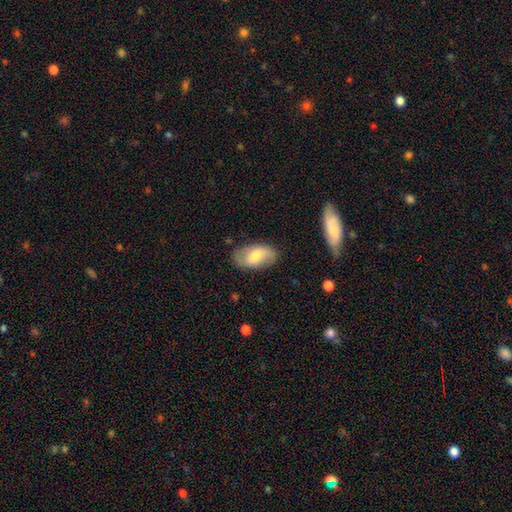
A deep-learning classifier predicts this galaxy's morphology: Q: Smooth or featured?
A: smooth (49%); runner-up: featured or disk (44%)
Q: Merging?
A: none (77%); runner-up: minor disturbance (17%)